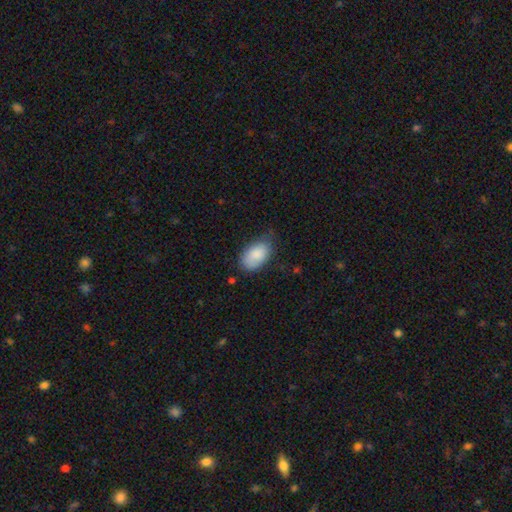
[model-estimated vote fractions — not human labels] Smooth or featured? smooth (86%)
How rounded? in between (93%)
Merging? none (60%)